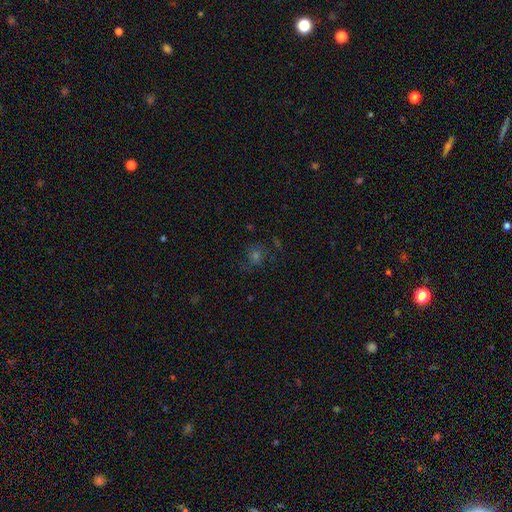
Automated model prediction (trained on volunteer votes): star or artifact 37%, smooth 35%, featured or disk 27%.